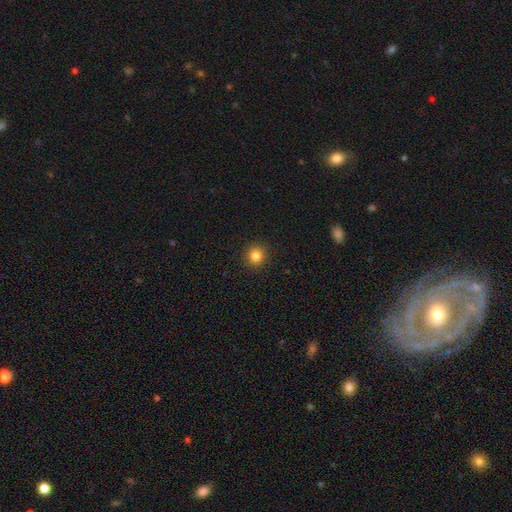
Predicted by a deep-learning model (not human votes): Overall: smooth (83%). How rounded: round (90%). Merging: none (92%).